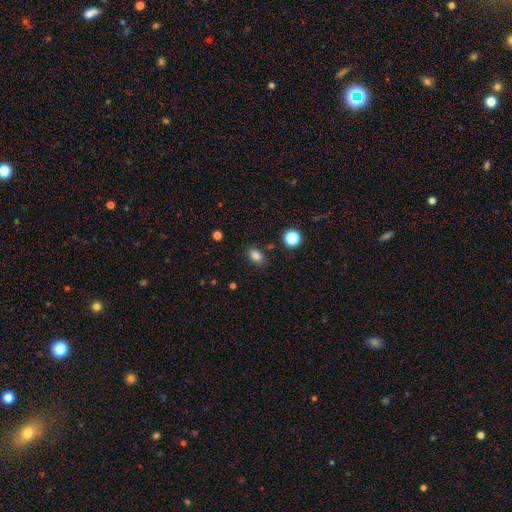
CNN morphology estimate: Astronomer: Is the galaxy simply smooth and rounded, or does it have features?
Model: smooth — 83%.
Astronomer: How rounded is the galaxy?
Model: in between — 80%.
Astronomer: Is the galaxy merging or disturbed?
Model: none — 83%.